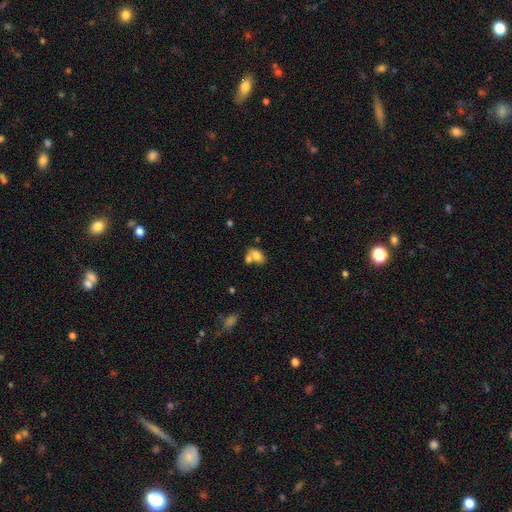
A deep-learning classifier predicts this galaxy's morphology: Q: Smooth or featured?
A: smooth (75%); runner-up: featured or disk (16%)
Q: How rounded?
A: in between (82%); runner-up: round (17%)
Q: Merging?
A: merger (46%); runner-up: none (36%)